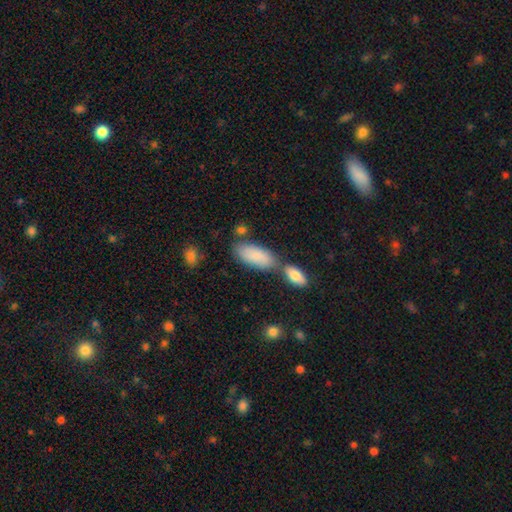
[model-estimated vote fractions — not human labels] Morphology: type=smooth (84%); roundness=in between (86%); merging=none (57%).